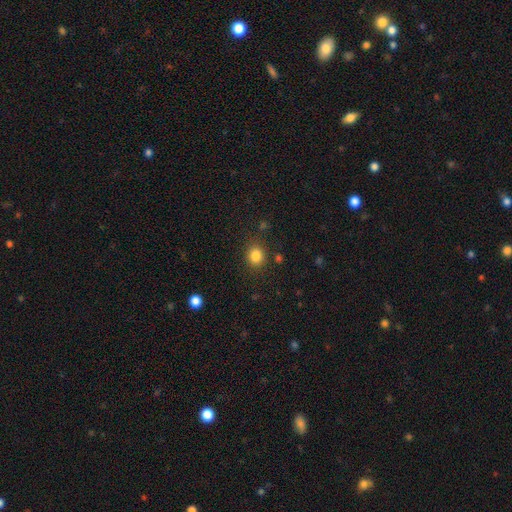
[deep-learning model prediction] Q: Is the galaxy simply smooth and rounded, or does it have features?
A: smooth — 84%.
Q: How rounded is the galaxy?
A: round — 70%.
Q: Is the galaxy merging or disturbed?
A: none — 84%.